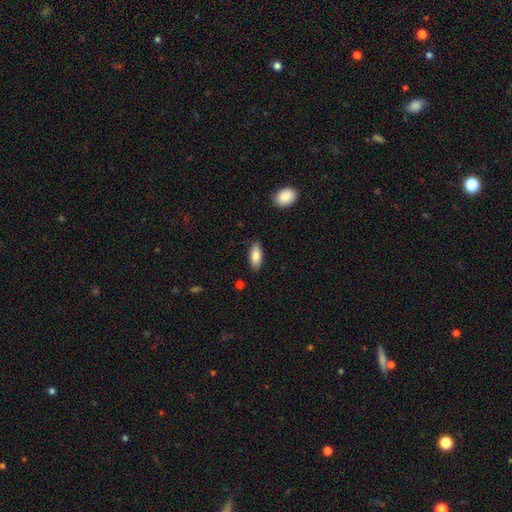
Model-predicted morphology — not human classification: Q: Smooth or featured?
A: smooth (84%); runner-up: featured or disk (10%)
Q: How rounded?
A: in between (83%); runner-up: cigar-shaped (15%)
Q: Merging?
A: none (86%); runner-up: minor disturbance (10%)